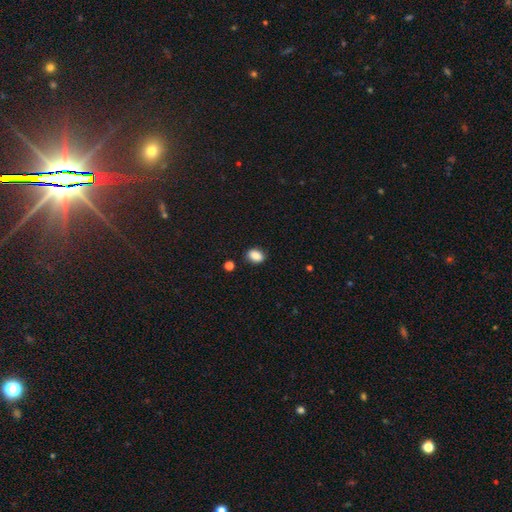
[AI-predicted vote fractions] smooth_or_featured: smooth (p=0.86) [alt: star or artifact p=0.09]
how_rounded: in between (p=0.73) [alt: round p=0.26]
merging: none (p=0.84) [alt: minor disturbance p=0.11]